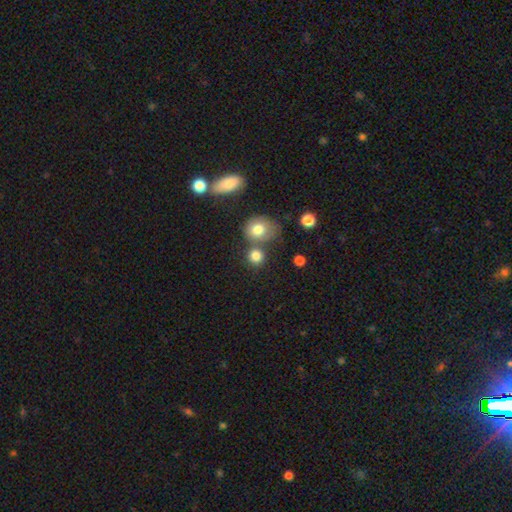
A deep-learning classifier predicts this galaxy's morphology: Overall: smooth (81%). How rounded: round (84%). Merging: none (61%; merger 25%).